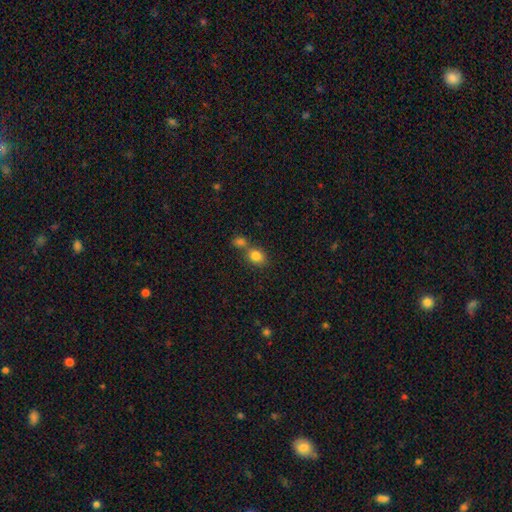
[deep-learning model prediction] smooth-or-featured: smooth: 83% | star or artifact: 11% | featured or disk: 7%
  how-rounded: round: 57% | in between: 42% | cigar-shaped: 1%
  merging: none: 52% | merger: 35% | minor disturbance: 10% | major disturbance: 3%